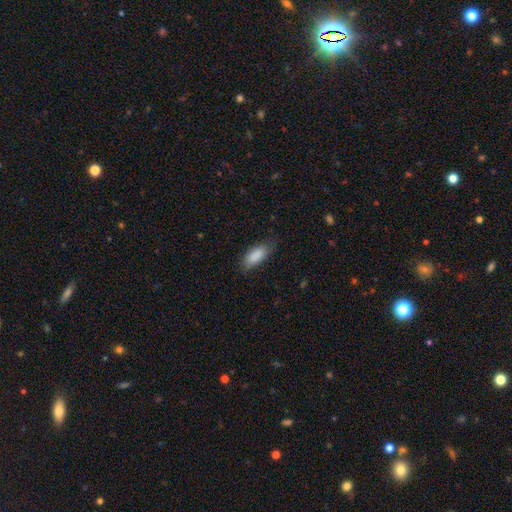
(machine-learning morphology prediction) smooth 87%, featured or disk 7%, star or artifact 6%. Down the decision tree: how rounded — in between (84%); merging — none (73%).